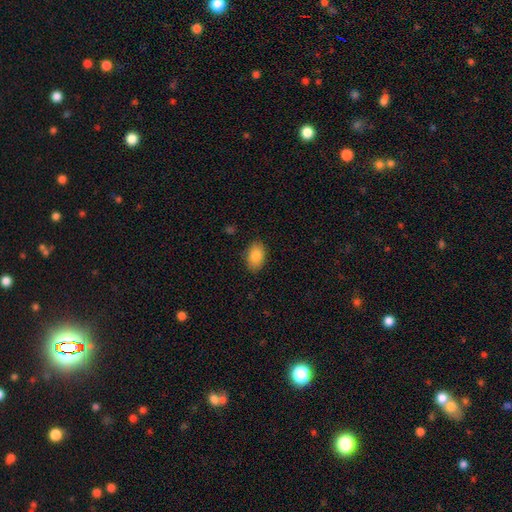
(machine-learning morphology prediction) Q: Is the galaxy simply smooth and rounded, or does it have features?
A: smooth — 83%.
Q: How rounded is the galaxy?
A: in between — 88%.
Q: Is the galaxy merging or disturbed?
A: none — 87%.